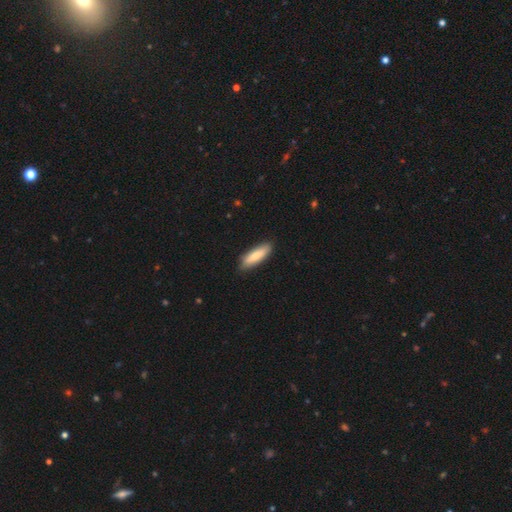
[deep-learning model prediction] The model was most divided on "how rounded": cigar-shaped: 56%, in between: 43%, round: 2%. More confident: merging — none (86%); smooth or featured — smooth (79%).